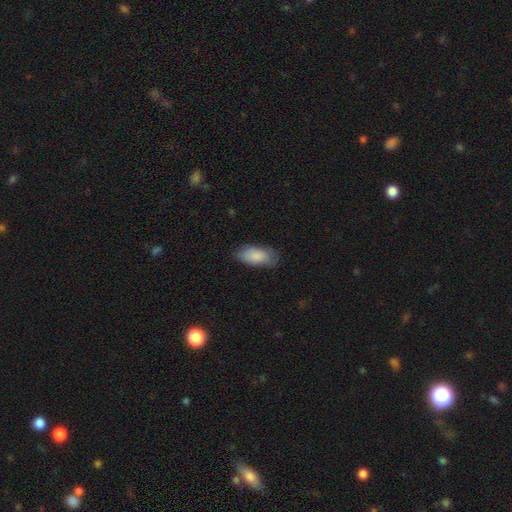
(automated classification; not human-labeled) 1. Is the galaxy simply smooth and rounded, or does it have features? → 85% smooth, 8% featured or disk, 6% star or artifact.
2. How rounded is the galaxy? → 89% in between, 8% cigar-shaped, 2% round.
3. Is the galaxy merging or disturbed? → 75% none, 20% minor disturbance, 5% major disturbance, 1% merger.